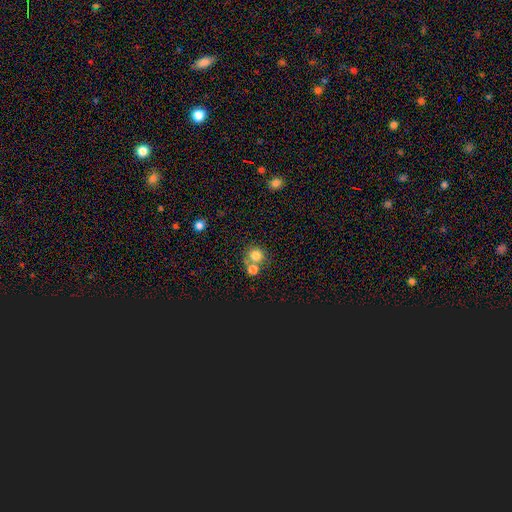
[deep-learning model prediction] A smooth galaxy with no disk features (77%) that is round (87%).

Vote fractions:
- Smooth or featured? smooth: 77% / star or artifact: 13% / featured or disk: 10%
- How rounded? round: 87% / in between: 12% / cigar-shaped: 1%
- Merging? none: 54% / merger: 35% / minor disturbance: 8% / major disturbance: 4%